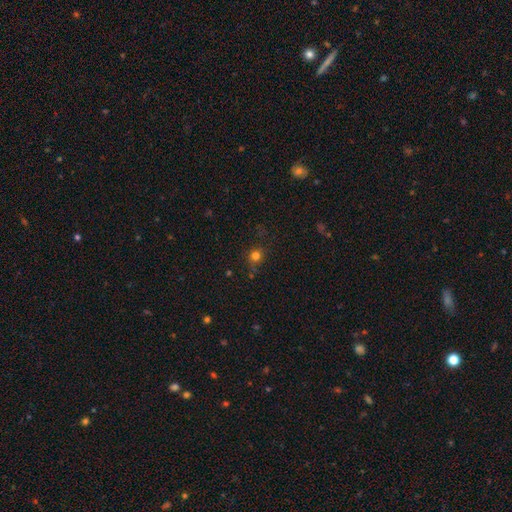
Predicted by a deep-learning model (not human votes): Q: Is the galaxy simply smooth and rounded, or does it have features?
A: smooth — 75%.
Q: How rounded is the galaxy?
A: round — 87%.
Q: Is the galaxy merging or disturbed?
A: none — 78%.